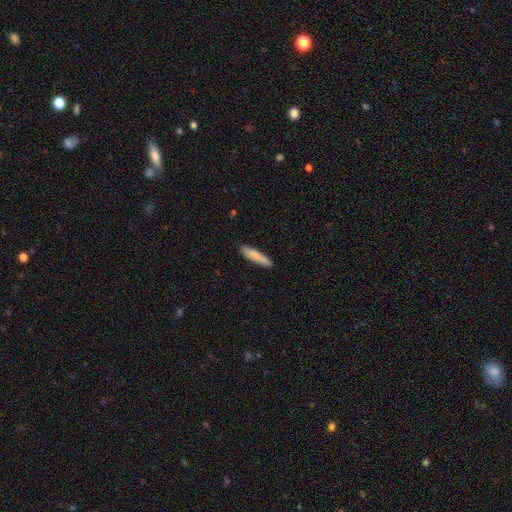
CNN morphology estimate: smooth 84%, featured or disk 11%, star or artifact 6%. Down the decision tree: how rounded — cigar-shaped (84%); merging — none (87%).